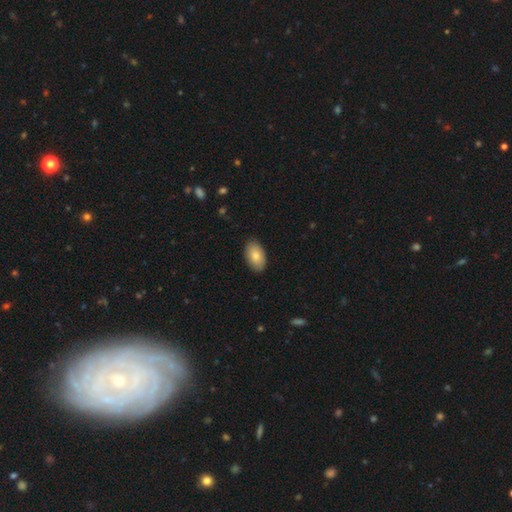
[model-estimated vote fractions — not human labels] A smooth galaxy with no disk features (84%) that is in between round and cigar-shaped (95%).

Vote fractions:
- Smooth or featured? smooth: 84% / featured or disk: 10% / star or artifact: 6%
- How rounded? in between: 95% / round: 4% / cigar-shaped: 1%
- Merging? none: 88% / minor disturbance: 10% / major disturbance: 2% / merger: 1%